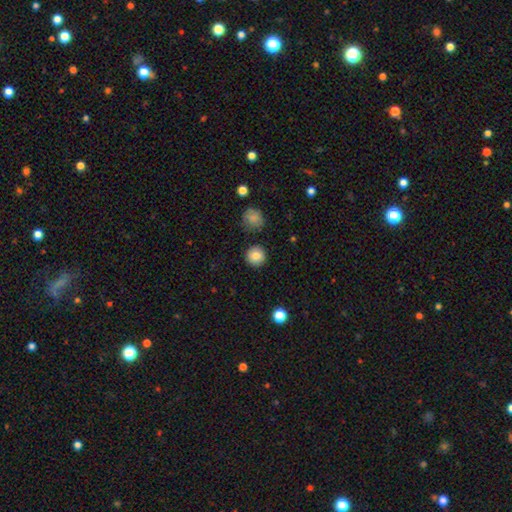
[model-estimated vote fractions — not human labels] Smooth or featured? Predicted: smooth (p=0.84). How rounded? Predicted: round (p=0.95). Merging? Predicted: none (p=0.91).